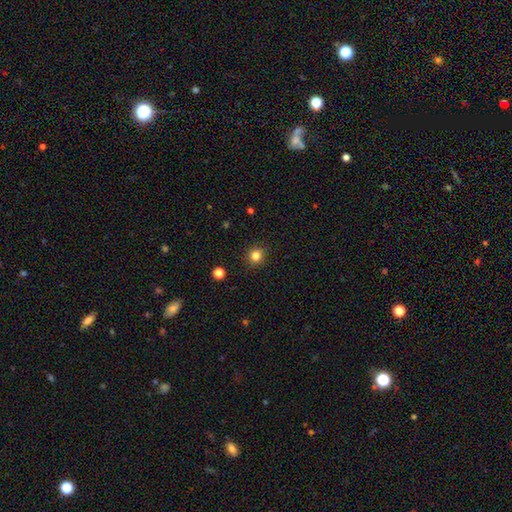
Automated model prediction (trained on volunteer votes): The model was most divided on "smooth or featured": smooth: 82%, star or artifact: 13%, featured or disk: 5%. More confident: how rounded — round (91%); merging — none (91%).